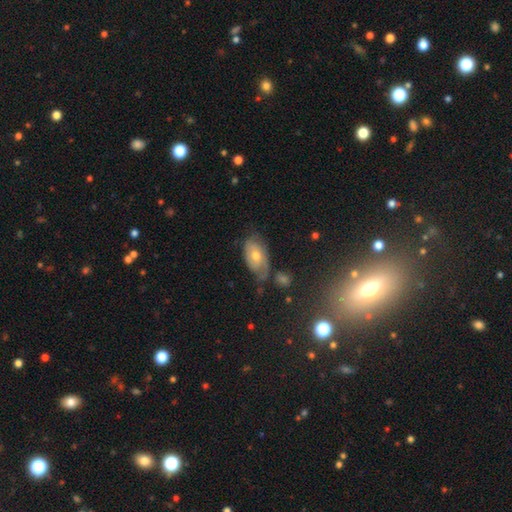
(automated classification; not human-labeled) This is possibly a featured or disk galaxy (49%). Merging: marginally none (43%).